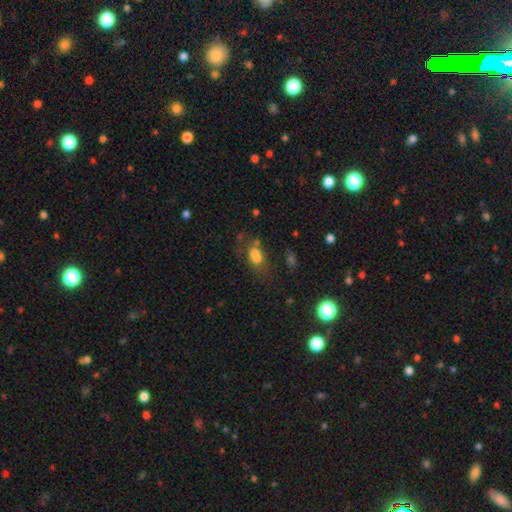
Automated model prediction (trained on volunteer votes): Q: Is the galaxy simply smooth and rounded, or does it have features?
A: smooth — 69%.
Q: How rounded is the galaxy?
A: in between — 80%.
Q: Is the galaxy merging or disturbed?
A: none — 44%.